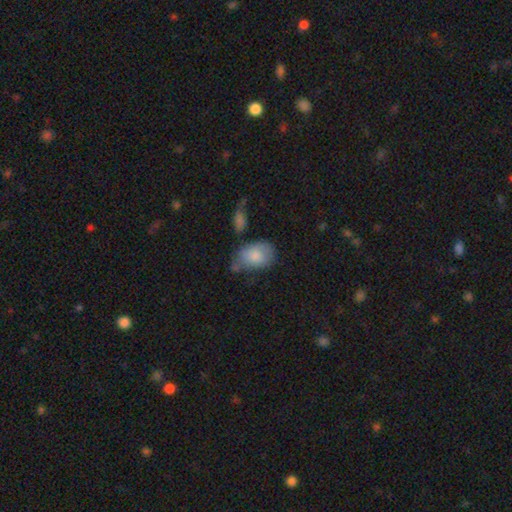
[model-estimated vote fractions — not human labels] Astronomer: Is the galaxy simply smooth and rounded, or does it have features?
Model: smooth — 81%.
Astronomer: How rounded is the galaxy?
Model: in between — 83%.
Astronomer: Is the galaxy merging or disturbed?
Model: none — 47% (runner-up: minor disturbance, 30%).